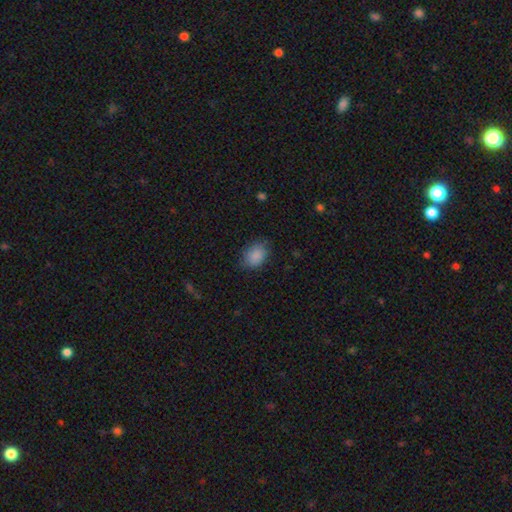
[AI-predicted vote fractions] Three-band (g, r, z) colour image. It shows a smooth galaxy with no disk features (88%) that is in between round and cigar-shaped (78%). Merging: none (78%).